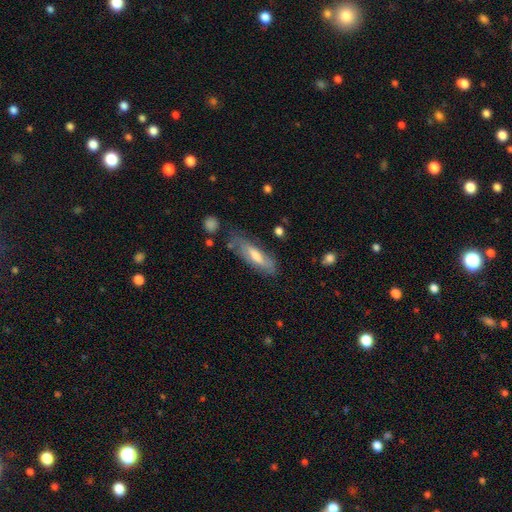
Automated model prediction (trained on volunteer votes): The model was most divided on "smooth or featured": featured or disk: 48%, smooth: 44%, star or artifact: 8%. More confident: merging — none (70%).